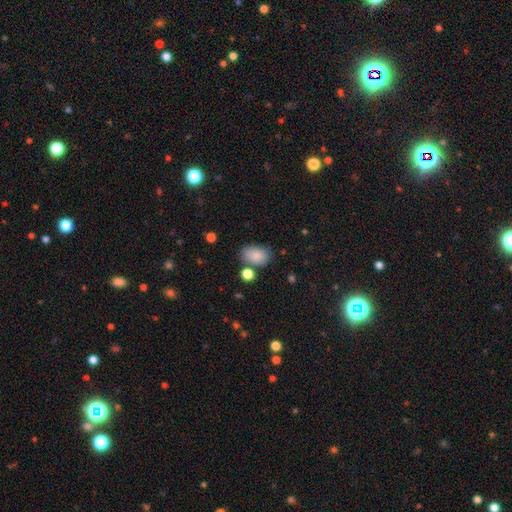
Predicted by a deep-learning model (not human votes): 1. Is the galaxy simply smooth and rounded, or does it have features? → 85% smooth, 8% star or artifact, 7% featured or disk.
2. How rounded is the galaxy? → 86% in between, 13% round, 1% cigar-shaped.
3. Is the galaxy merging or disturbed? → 70% none, 16% minor disturbance, 9% merger, 5% major disturbance.